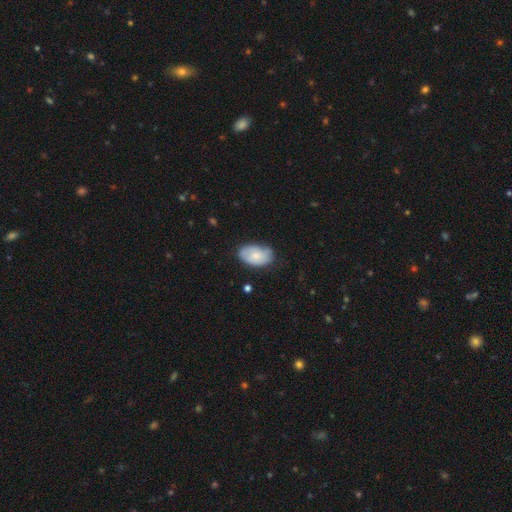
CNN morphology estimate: smooth-or-featured: smooth: 67% | featured or disk: 27% | star or artifact: 6%
  how-rounded: in between: 91% | round: 7% | cigar-shaped: 1%
  merging: none: 65% | minor disturbance: 28% | major disturbance: 6% | merger: 2%